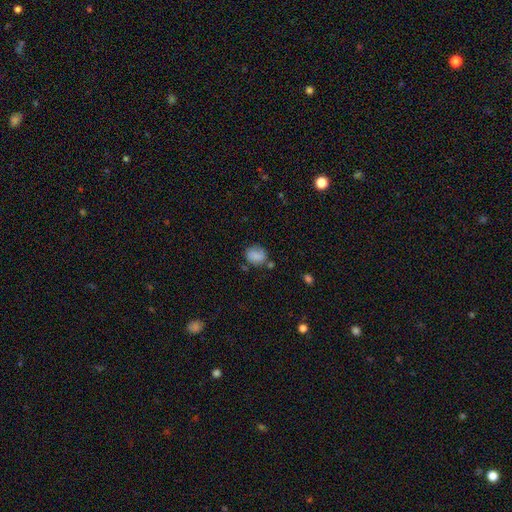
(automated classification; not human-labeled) smooth_or_featured: smooth (p=0.81) [alt: featured or disk p=0.10]
how_rounded: round (p=0.53) [alt: in between p=0.46]
merging: none (p=0.62) [alt: minor disturbance p=0.22]